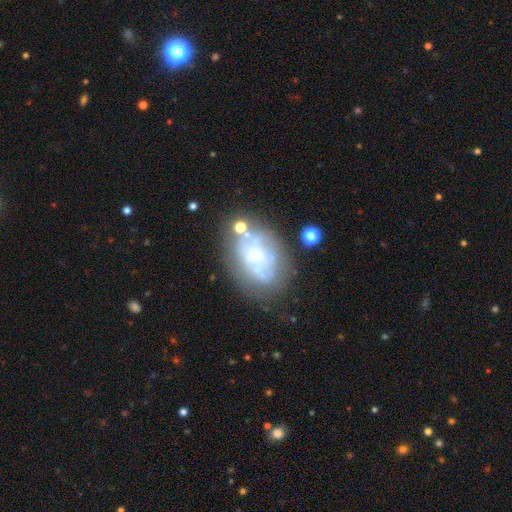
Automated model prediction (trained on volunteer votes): Smooth or featured? featured or disk (63%)
Edge-on disk? no (96%)
Bar? no (74%)
Spiral arms? no (61%)
Bulge size? small (57%)
Merging? none (53%)